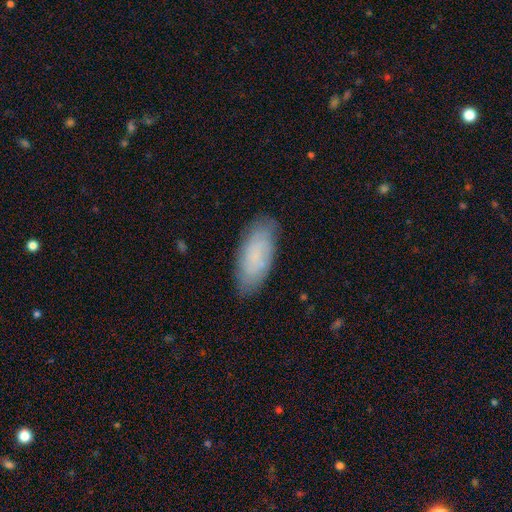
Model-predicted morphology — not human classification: This appears to be a smooth galaxy with no disk features (63%) that is in between round and cigar-shaped (87%). Merging: none (80%).